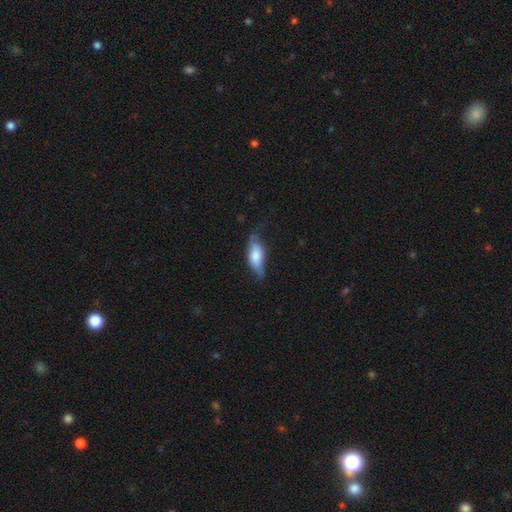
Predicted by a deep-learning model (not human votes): Smooth or featured: smooth — 64% (featured or disk — 30%)
How rounded: in between — 73% (cigar-shaped — 24%)
Merging: none — 47% (minor disturbance — 36%)